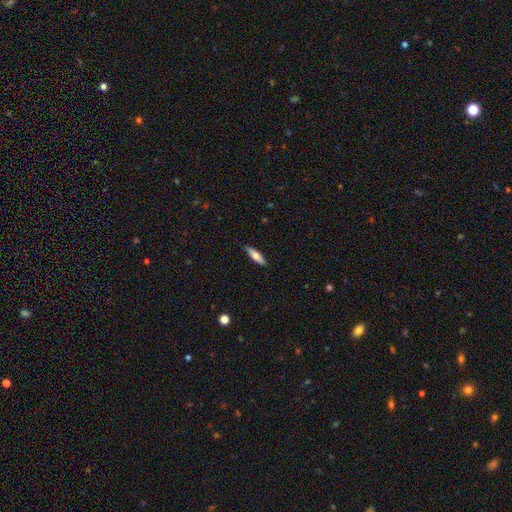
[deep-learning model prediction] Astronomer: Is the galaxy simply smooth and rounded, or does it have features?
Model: smooth — 67%.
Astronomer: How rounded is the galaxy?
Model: cigar-shaped — 61% (runner-up: in between, 37%).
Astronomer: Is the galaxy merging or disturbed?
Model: none — 89%.